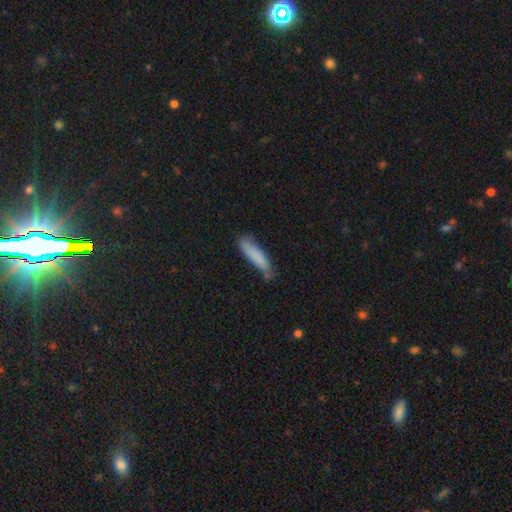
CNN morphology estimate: smooth_or_featured: smooth (p=0.78) [alt: featured or disk p=0.15]
how_rounded: cigar-shaped (p=0.75) [alt: in between p=0.24]
merging: none (p=0.56) [alt: minor disturbance p=0.33]